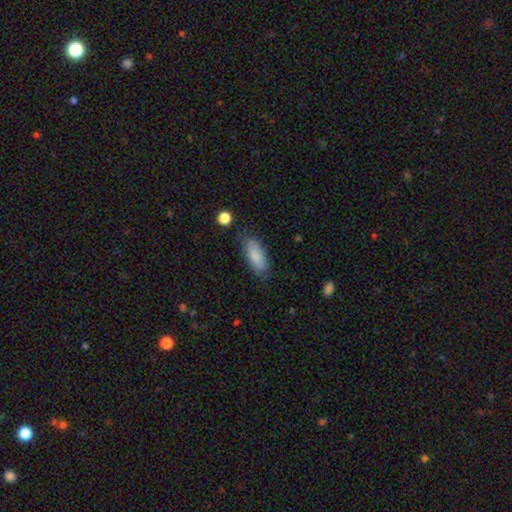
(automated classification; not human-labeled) A smooth galaxy with no disk features (85%) that is in between round and cigar-shaped (77%).

Vote fractions:
- Smooth or featured? smooth: 85% / featured or disk: 8% / star or artifact: 7%
- How rounded? in between: 77% / cigar-shaped: 21% / round: 2%
- Merging? none: 75% / minor disturbance: 18% / major disturbance: 4% / merger: 2%